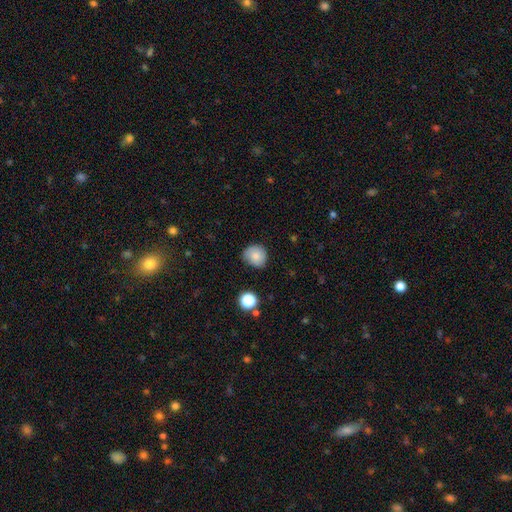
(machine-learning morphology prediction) This appears to be a smooth galaxy with no disk features (80%) that is round (82%). Merging: none (71%).